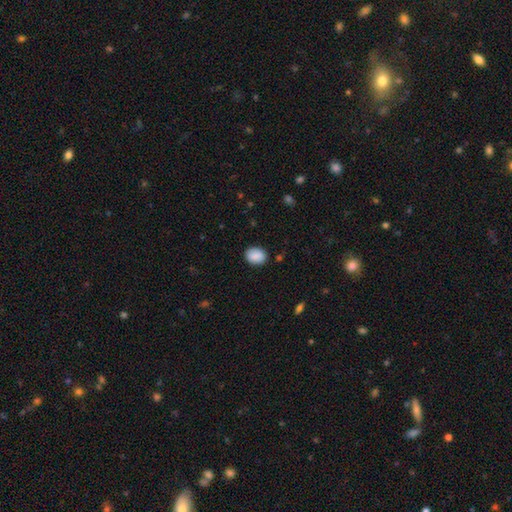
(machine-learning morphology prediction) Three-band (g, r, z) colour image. It shows a smooth galaxy with no disk features (89%) that is in between round and cigar-shaped (62%). Merging: none (86%).